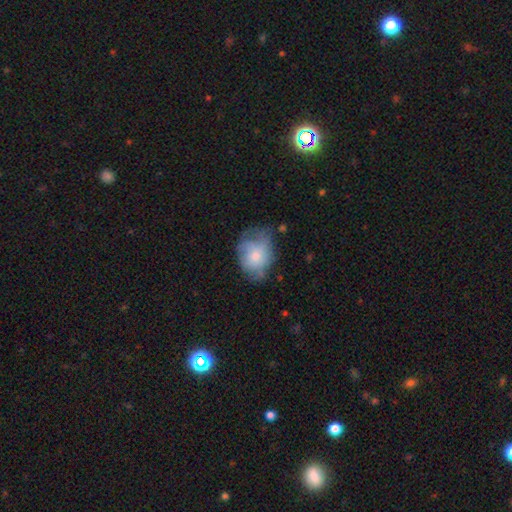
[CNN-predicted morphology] Smooth or featured? Predicted: smooth (p=0.66). How rounded? Predicted: in between (p=0.51). Merging? Predicted: none (p=0.39).